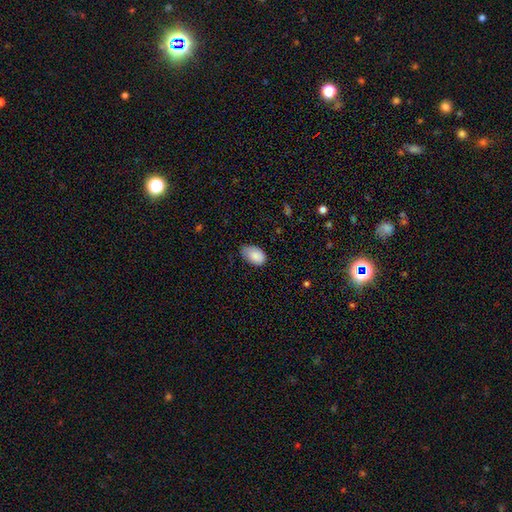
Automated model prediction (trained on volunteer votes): Smooth or featured?
  - smooth: 88% *
  - star or artifact: 7%
  - featured or disk: 5%
How rounded?
  - in between: 91% *
  - round: 8%
  - cigar-shaped: 1%
Merging?
  - none: 56% *
  - minor disturbance: 36%
  - major disturbance: 7%
  - merger: 1%